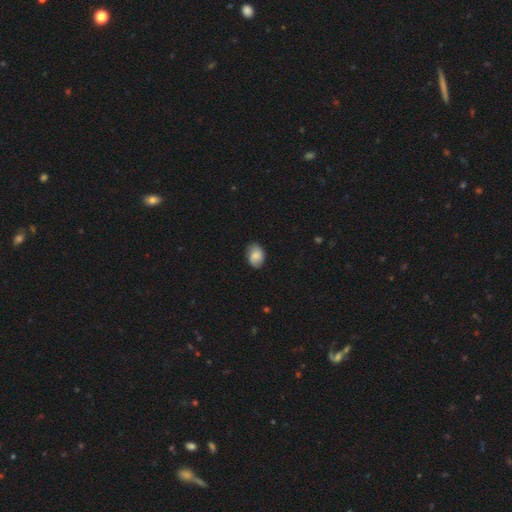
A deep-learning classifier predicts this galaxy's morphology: Smooth or featured: smooth — 76% (featured or disk — 17%)
How rounded: in between — 77% (round — 22%)
Merging: none — 78% (minor disturbance — 17%)